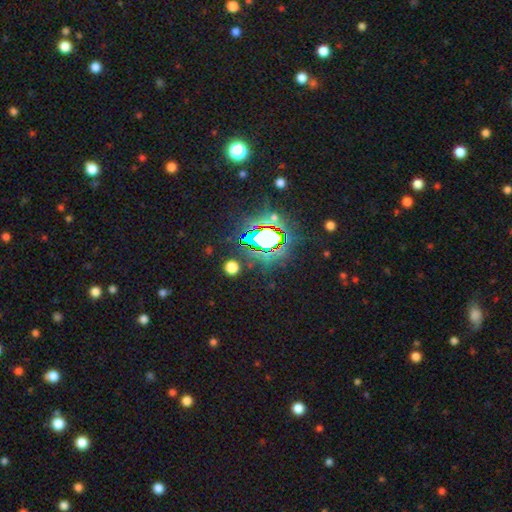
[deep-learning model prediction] Overall: star or artifact (85%).